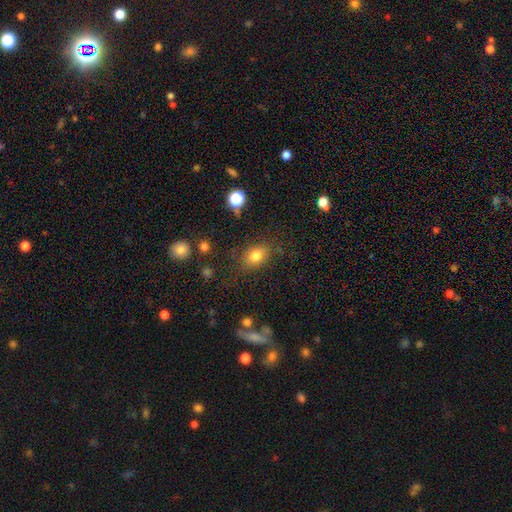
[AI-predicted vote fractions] This is likely a smooth galaxy (78%). How rounded: likely in between (66%). Merging: likely none (78%).